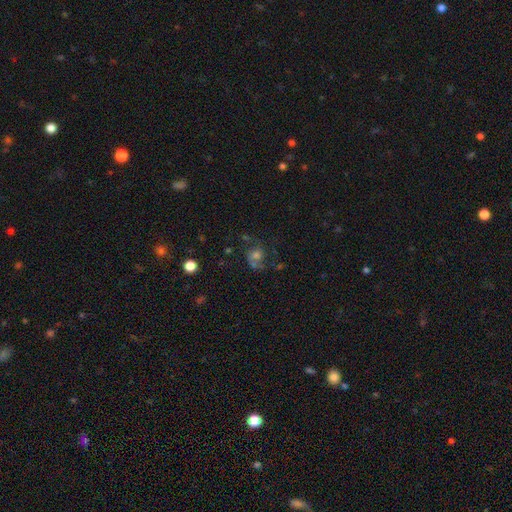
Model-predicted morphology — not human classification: The model was most divided on "smooth or featured": featured or disk: 41%, smooth: 35%, star or artifact: 24%. More confident: merging — none (54%).